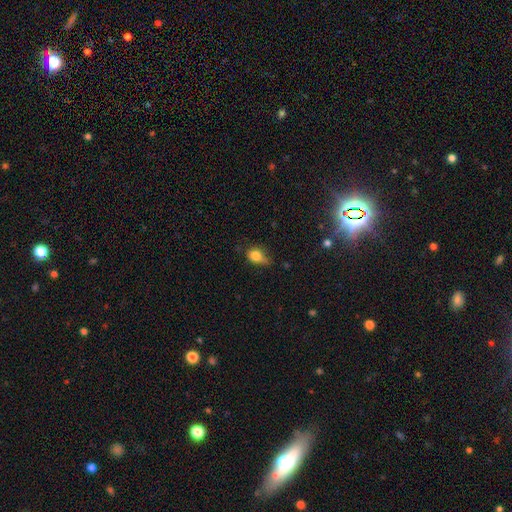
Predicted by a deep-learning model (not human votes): Smooth or featured?
  - smooth: 79% *
  - featured or disk: 11%
  - star or artifact: 10%
How rounded?
  - in between: 61% *
  - round: 37%
  - cigar-shaped: 3%
Merging?
  - minor disturbance: 43% *
  - none: 36%
  - major disturbance: 17%
  - merger: 4%